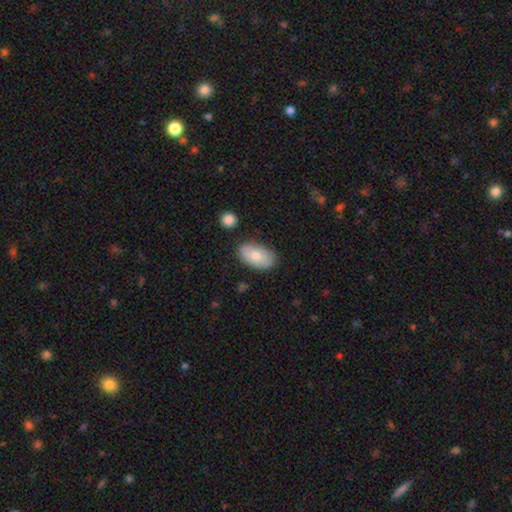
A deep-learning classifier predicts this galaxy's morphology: smooth_or_featured: smooth (p=0.75) [alt: featured or disk p=0.19]
how_rounded: in between (p=0.93) [alt: round p=0.05]
merging: none (p=0.77) [alt: minor disturbance p=0.16]